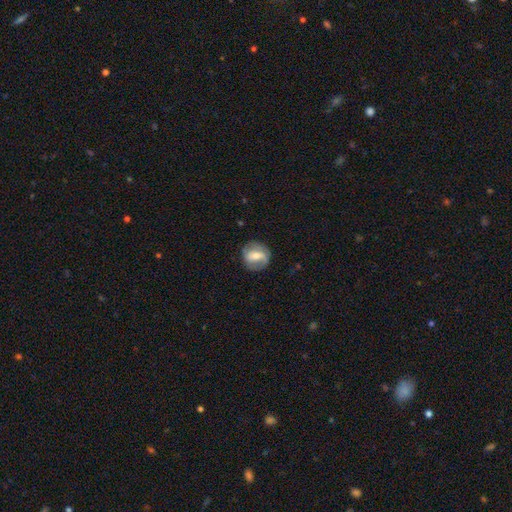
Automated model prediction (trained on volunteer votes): Q: Smooth or featured?
A: featured or disk (58%); runner-up: smooth (35%)
Q: Edge-on disk?
A: no (95%); runner-up: yes (5%)
Q: Bar?
A: weak (41%); runner-up: strong (37%)
Q: Spiral arms?
A: yes (73%); runner-up: no (27%)
Q: Bulge size?
A: moderate (56%); runner-up: small (33%)
Q: Merging?
A: none (77%); runner-up: minor disturbance (16%)